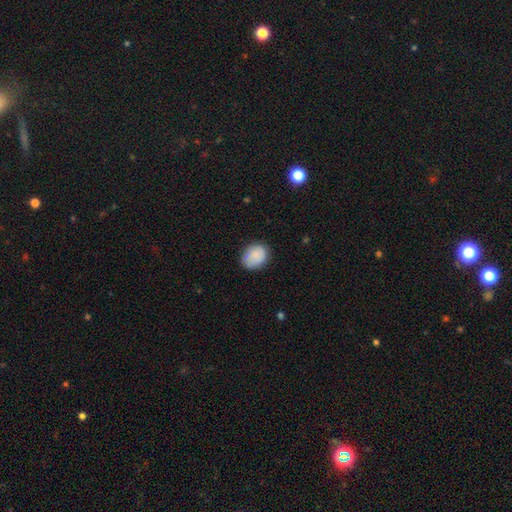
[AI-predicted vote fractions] Morphology: type=smooth (83%); roundness=in between (52%); merging=none (77%).